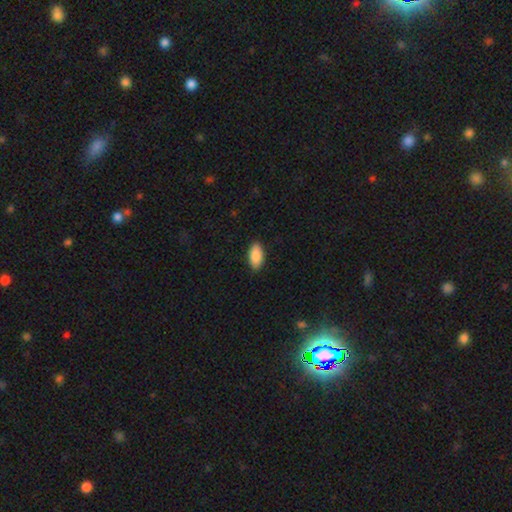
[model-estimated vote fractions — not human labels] Q: Smooth or featured?
A: smooth (90%); runner-up: star or artifact (6%)
Q: How rounded?
A: in between (92%); runner-up: cigar-shaped (6%)
Q: Merging?
A: none (88%); runner-up: minor disturbance (9%)